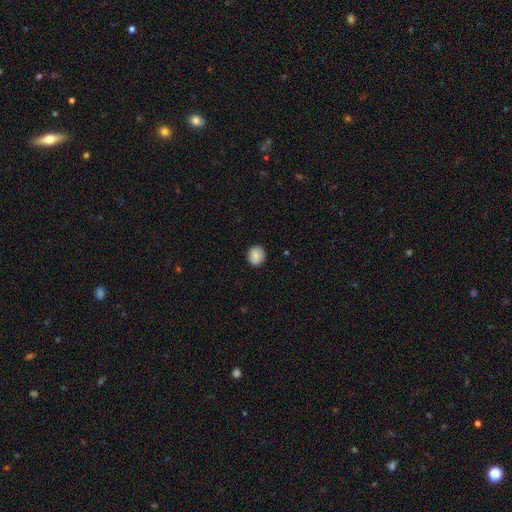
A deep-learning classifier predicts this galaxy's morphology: Smooth or featured: smooth — 82% (featured or disk — 10%)
How rounded: round — 83% (in between — 16%)
Merging: none — 87% (minor disturbance — 10%)